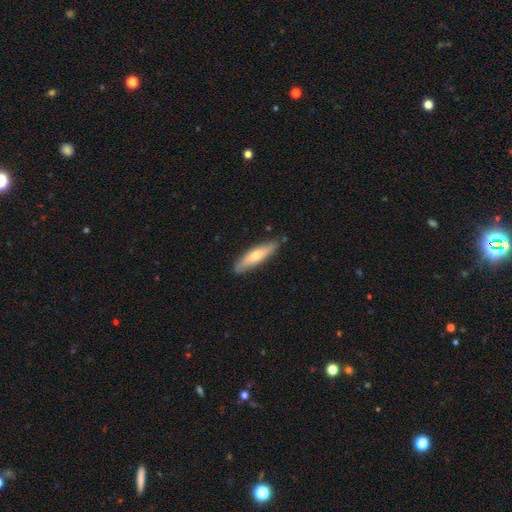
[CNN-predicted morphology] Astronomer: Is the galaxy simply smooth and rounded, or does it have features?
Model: smooth — 62%.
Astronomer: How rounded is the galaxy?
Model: cigar-shaped — 77%.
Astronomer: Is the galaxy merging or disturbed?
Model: none — 84%.